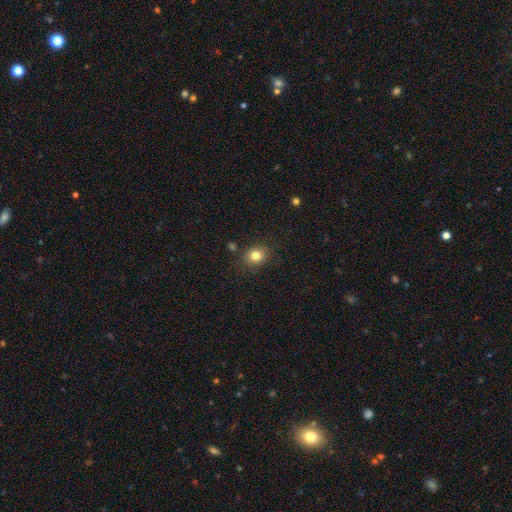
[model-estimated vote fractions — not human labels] The model was most divided on "how rounded": round: 67%, in between: 32%, cigar-shaped: 1%. More confident: merging — none (84%); smooth or featured — smooth (81%).